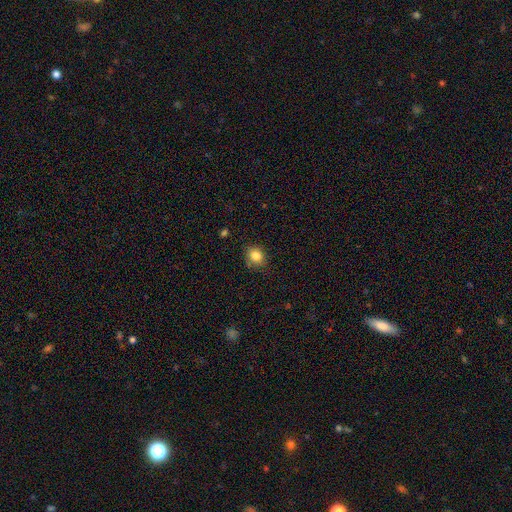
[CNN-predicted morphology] Smooth or featured? smooth (84%)
How rounded? round (61%)
Merging? none (82%)